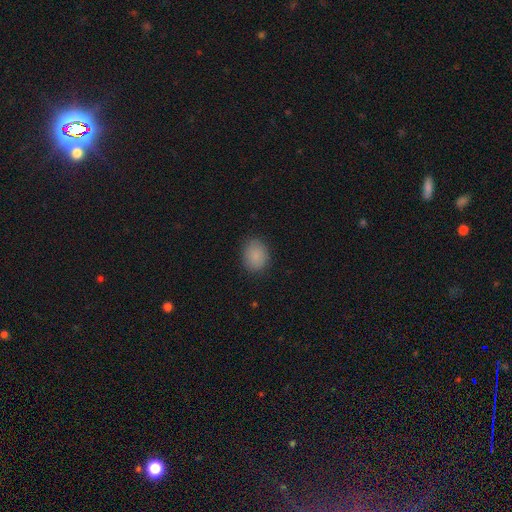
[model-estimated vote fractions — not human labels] The model was most divided on "how rounded": in between: 54%, round: 45%, cigar-shaped: 1%. More confident: smooth or featured — smooth (86%); merging — none (84%).